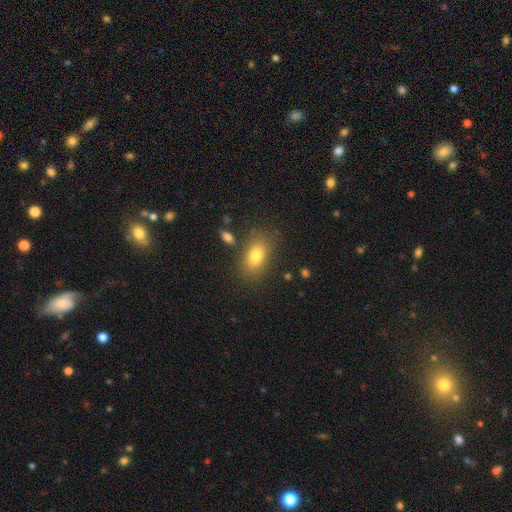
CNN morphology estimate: Smooth or featured?
  - smooth: 80% *
  - featured or disk: 10%
  - star or artifact: 10%
How rounded?
  - in between: 85% *
  - round: 12%
  - cigar-shaped: 3%
Merging?
  - none: 79% *
  - minor disturbance: 13%
  - major disturbance: 4%
  - merger: 4%